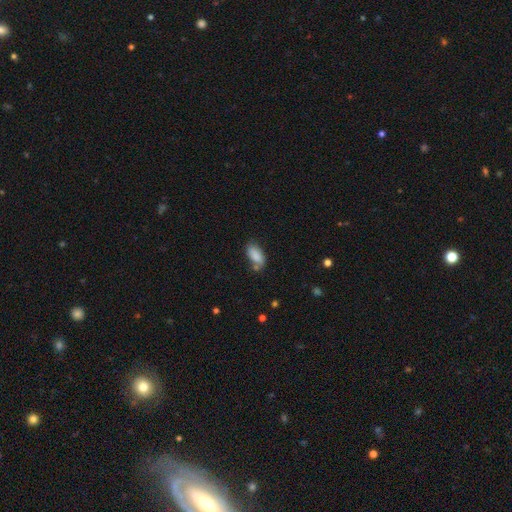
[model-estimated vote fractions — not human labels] Smooth or featured?
  - smooth: 85% *
  - star or artifact: 8%
  - featured or disk: 7%
How rounded?
  - in between: 91% *
  - cigar-shaped: 5%
  - round: 3%
Merging?
  - none: 59% *
  - minor disturbance: 23%
  - merger: 11%
  - major disturbance: 7%